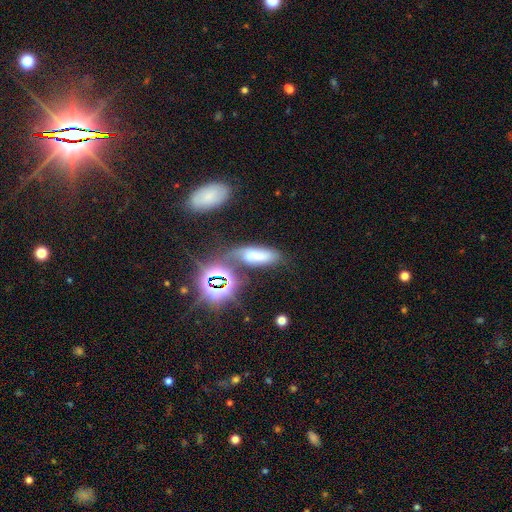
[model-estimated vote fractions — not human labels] The model was most divided on "merging": none: 40%, merger: 22%, minor disturbance: 22%, major disturbance: 16%. More confident: how rounded — in between (72%); smooth or featured — smooth (55%).